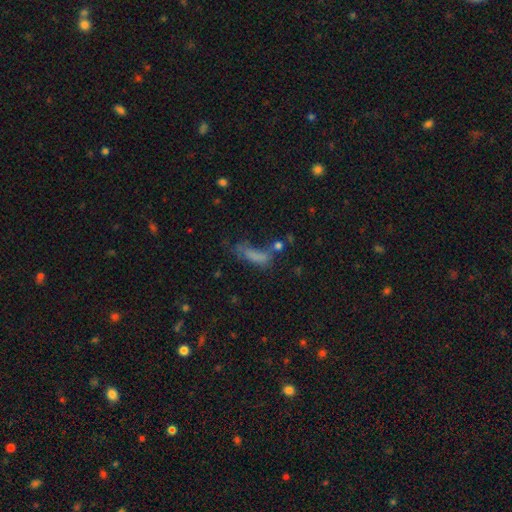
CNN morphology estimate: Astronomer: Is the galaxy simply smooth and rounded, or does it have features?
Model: smooth — 66%.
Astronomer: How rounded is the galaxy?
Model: in between — 54% (runner-up: cigar-shaped, 41%).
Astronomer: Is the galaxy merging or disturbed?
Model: none — 31% (runner-up: major disturbance, 30%).